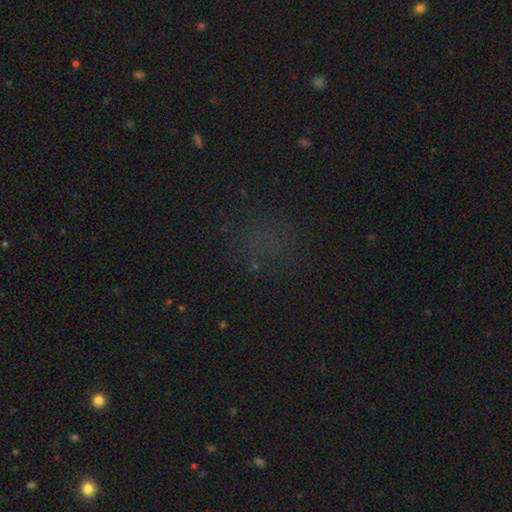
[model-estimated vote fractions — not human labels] smooth_or_featured: star or artifact (p=0.53) [alt: smooth p=0.34]